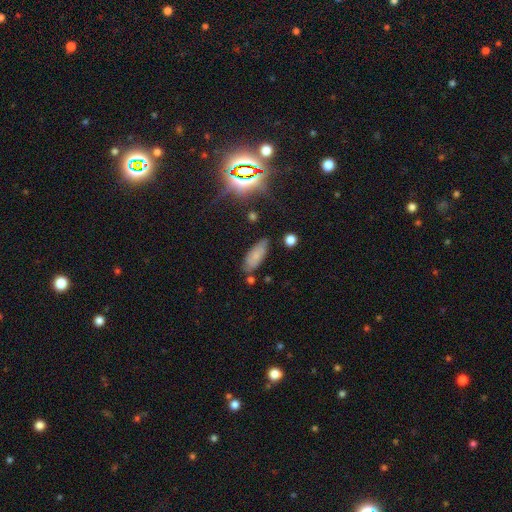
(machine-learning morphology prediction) Overall: smooth (69%). How rounded: in between (77%). Merging: none (71%).